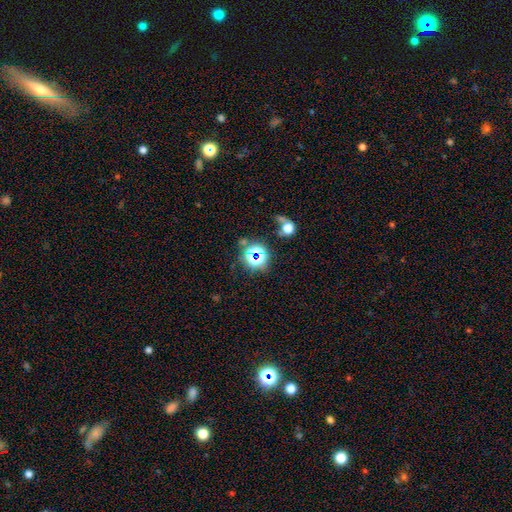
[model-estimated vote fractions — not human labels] Morphology: type=star or artifact (64%).